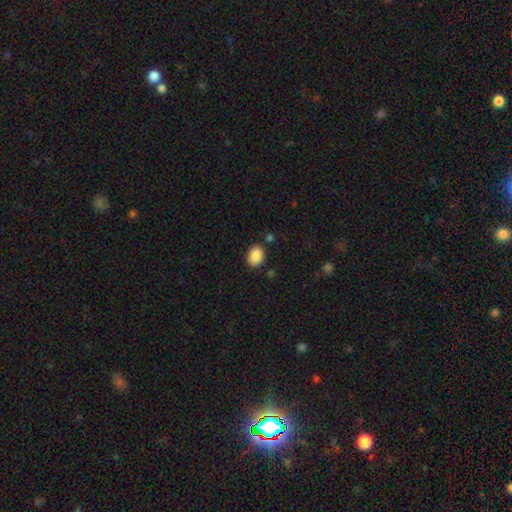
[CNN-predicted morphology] Smooth or featured: smooth — 89% (star or artifact — 8%)
How rounded: in between — 74% (round — 25%)
Merging: none — 84% (minor disturbance — 10%)